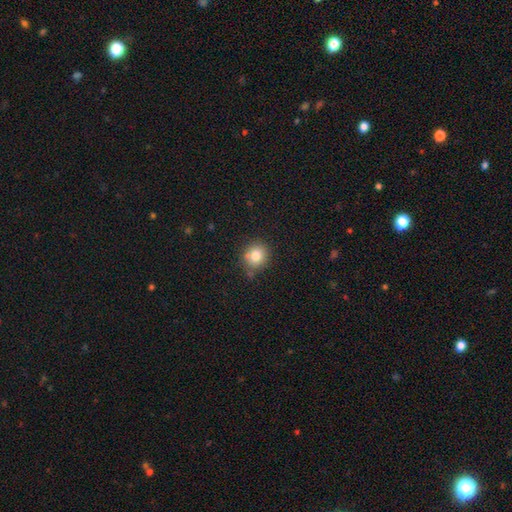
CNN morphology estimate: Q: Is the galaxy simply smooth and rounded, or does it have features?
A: smooth — 80%.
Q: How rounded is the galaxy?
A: round — 84%.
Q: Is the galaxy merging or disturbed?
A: none — 79%.